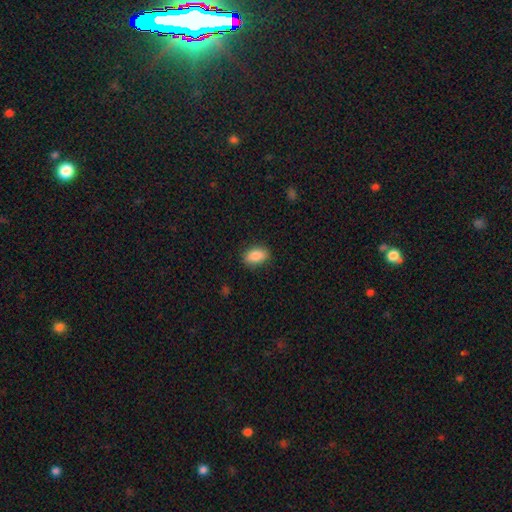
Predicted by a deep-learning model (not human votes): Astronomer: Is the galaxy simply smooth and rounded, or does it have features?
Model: smooth — 86%.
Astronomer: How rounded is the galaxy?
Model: in between — 87%.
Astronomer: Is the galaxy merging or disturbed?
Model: none — 86%.